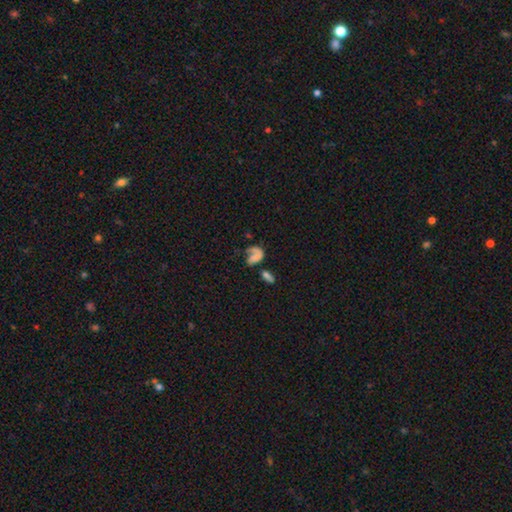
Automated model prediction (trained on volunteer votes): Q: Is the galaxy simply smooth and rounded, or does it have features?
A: featured or disk — 46%.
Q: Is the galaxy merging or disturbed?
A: major disturbance — 35%.